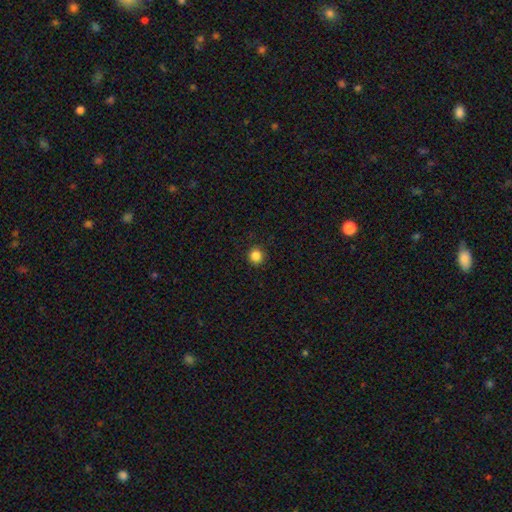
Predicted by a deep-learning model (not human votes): A smooth galaxy with no disk features (85%) that is round (94%). Merging: none (92%).